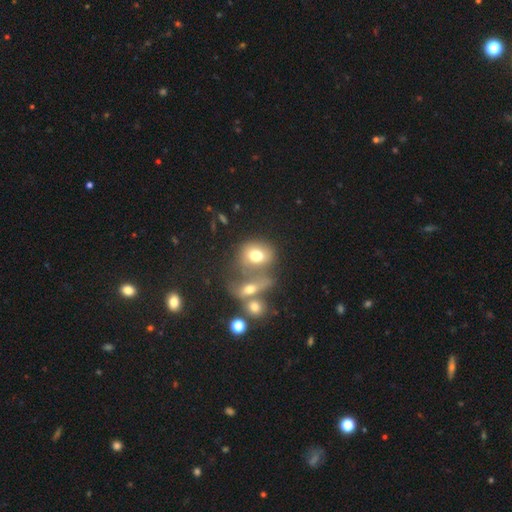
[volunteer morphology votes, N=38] This is likely a smooth galaxy (68%). How rounded: likely in between (69%). Merging: marginally merger (36%).